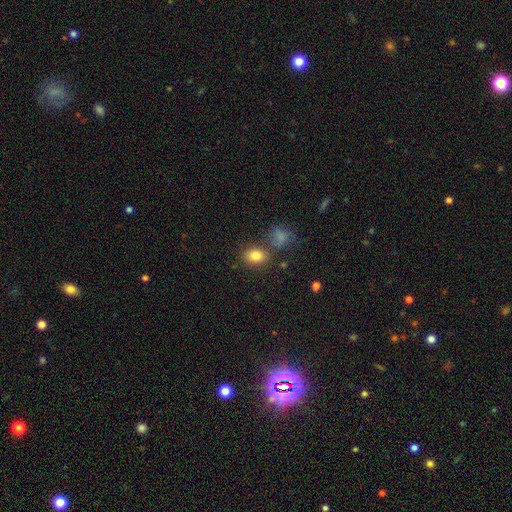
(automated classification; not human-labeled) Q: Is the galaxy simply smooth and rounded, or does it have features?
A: smooth — 82%.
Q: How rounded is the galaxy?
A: in between — 65%.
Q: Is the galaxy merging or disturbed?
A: none — 72%.